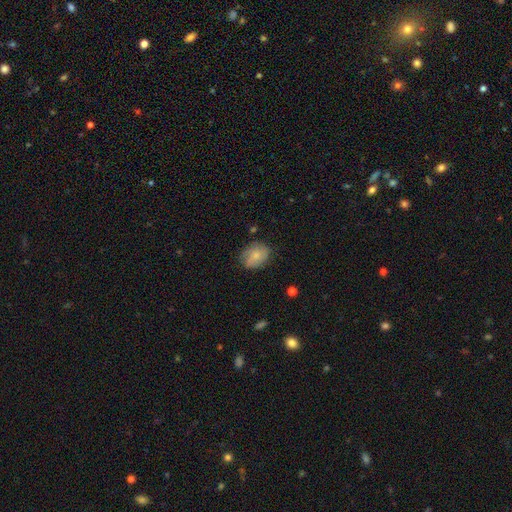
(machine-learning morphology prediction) Smooth or featured: smooth — 68% (featured or disk — 25%)
How rounded: in between — 60% (round — 39%)
Merging: none — 69% (minor disturbance — 24%)